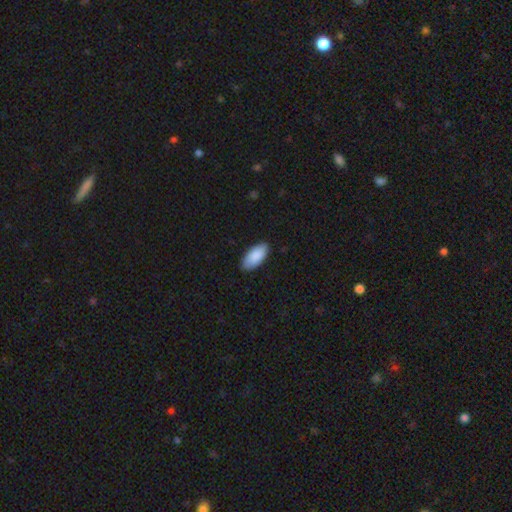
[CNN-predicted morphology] A smooth galaxy with no disk features (89%) that is in between round and cigar-shaped (93%). Merging: none (86%).